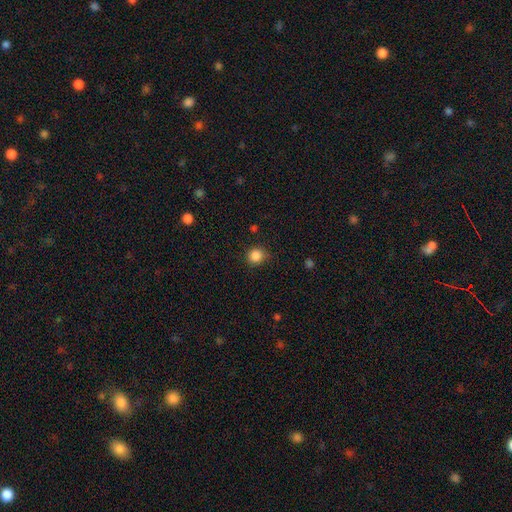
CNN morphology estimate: A smooth galaxy with no disk features (86%) that is round (91%). Merging: none (84%).